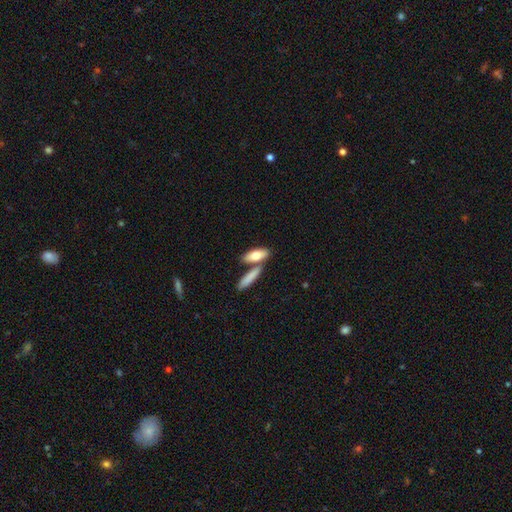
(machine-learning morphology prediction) smooth_or_featured: smooth (p=0.77) [alt: featured or disk p=0.18]
how_rounded: in between (p=0.63) [alt: cigar-shaped p=0.34]
merging: none (p=0.59) [alt: merger p=0.27]